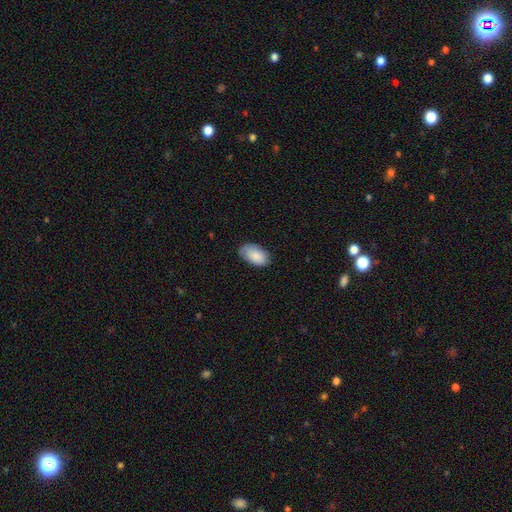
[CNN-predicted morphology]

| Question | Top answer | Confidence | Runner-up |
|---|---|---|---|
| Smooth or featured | smooth | 86% | featured or disk (8%) |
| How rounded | in between | 94% | round (4%) |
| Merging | none | 73% | minor disturbance (22%) |